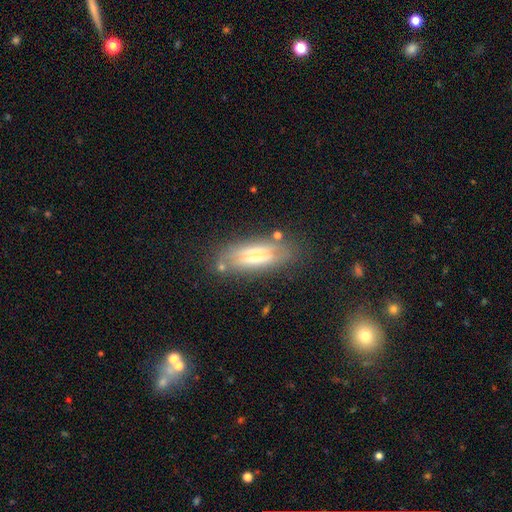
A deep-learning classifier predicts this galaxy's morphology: Q: Smooth or featured?
A: featured or disk (50%); runner-up: smooth (42%)
Q: Merging?
A: none (71%); runner-up: minor disturbance (18%)